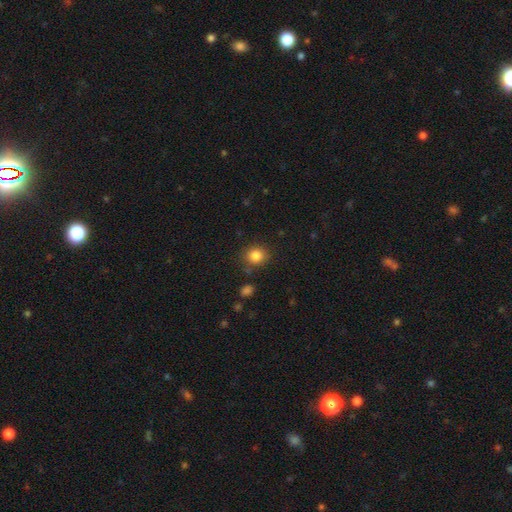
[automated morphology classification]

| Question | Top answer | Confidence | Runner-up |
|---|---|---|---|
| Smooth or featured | smooth | 85% | star or artifact (11%) |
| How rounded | round | 81% | in between (18%) |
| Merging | none | 82% | minor disturbance (11%) |